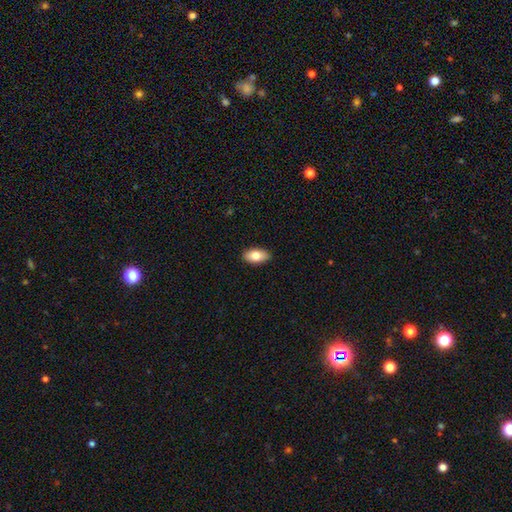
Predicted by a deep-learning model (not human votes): Q: Smooth or featured?
A: smooth (78%); runner-up: featured or disk (15%)
Q: How rounded?
A: in between (92%); runner-up: round (4%)
Q: Merging?
A: none (89%); runner-up: minor disturbance (8%)